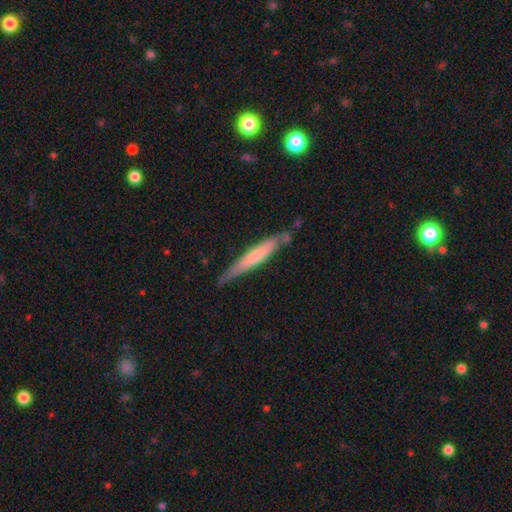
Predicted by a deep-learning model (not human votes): A smooth galaxy with no disk features (50%) that is cigar-shaped (93%). Merging: none (72%).